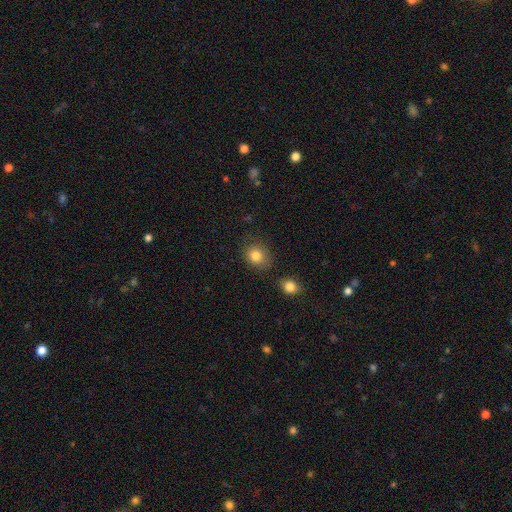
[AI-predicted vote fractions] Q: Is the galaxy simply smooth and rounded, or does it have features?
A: smooth — 83%.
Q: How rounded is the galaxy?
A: round — 67%.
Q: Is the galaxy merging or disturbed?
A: none — 75%.